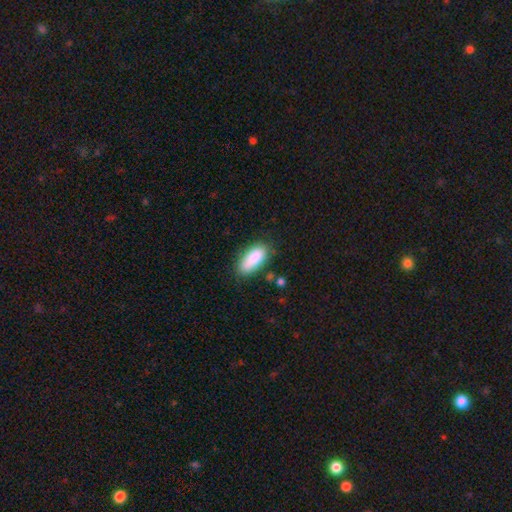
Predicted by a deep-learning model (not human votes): smooth 86%, featured or disk 7%, star or artifact 7%. Down the decision tree: how rounded — in between (80%); merging — none (77%).